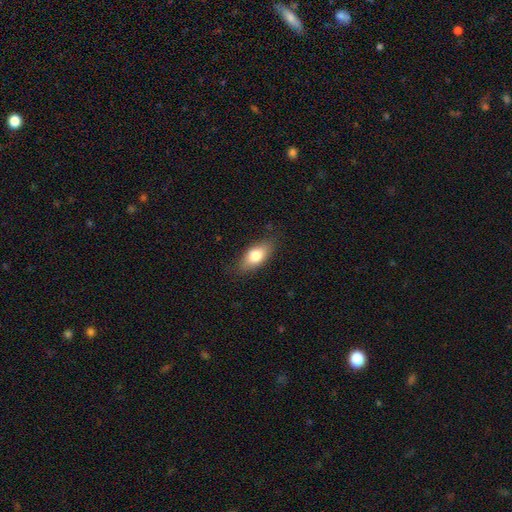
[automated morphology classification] The model was most divided on "smooth or featured": smooth: 77%, featured or disk: 17%, star or artifact: 7%. More confident: how rounded — in between (83%); merging — none (79%).